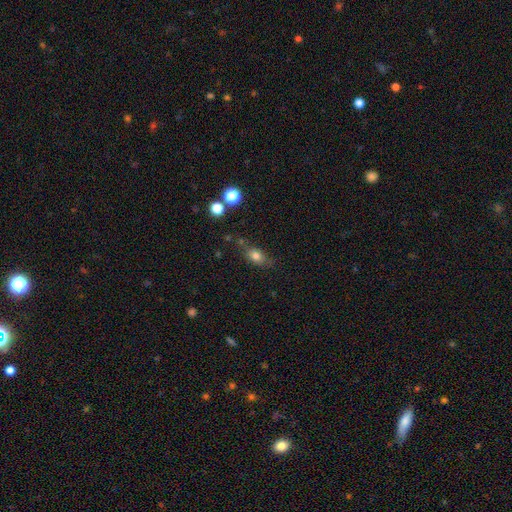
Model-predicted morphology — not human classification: The model was most divided on "merging": none: 67%, minor disturbance: 21%, merger: 6%, major disturbance: 6%. More confident: smooth or featured — smooth (77%); how rounded — in between (71%).